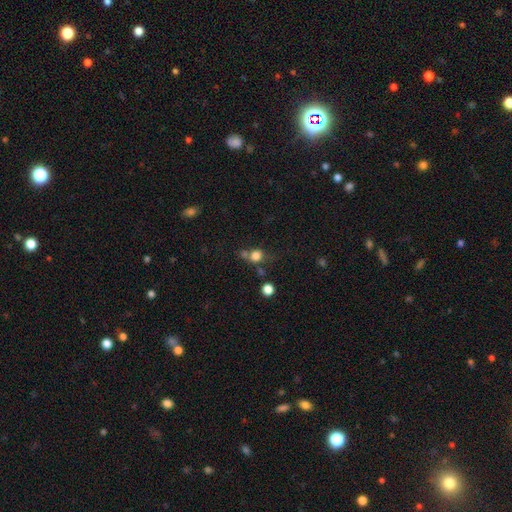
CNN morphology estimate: This appears to be a smooth galaxy with no disk features (76%) that is round (77%). Merging: none (51%).